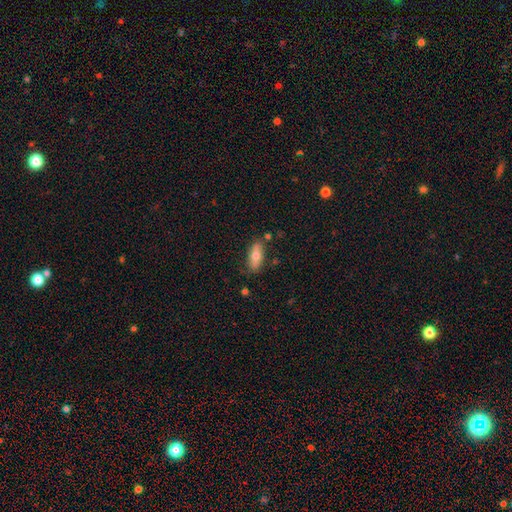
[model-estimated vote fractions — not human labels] Smooth or featured?
  - smooth: 70% *
  - featured or disk: 23%
  - star or artifact: 7%
How rounded?
  - in between: 71% *
  - cigar-shaped: 26%
  - round: 3%
Merging?
  - none: 77% *
  - minor disturbance: 16%
  - merger: 4%
  - major disturbance: 3%